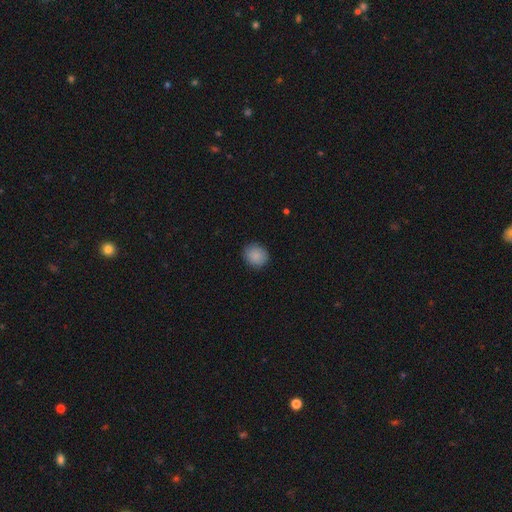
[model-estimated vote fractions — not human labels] Morphology: type=smooth (88%); roundness=round (77%); merging=none (87%).